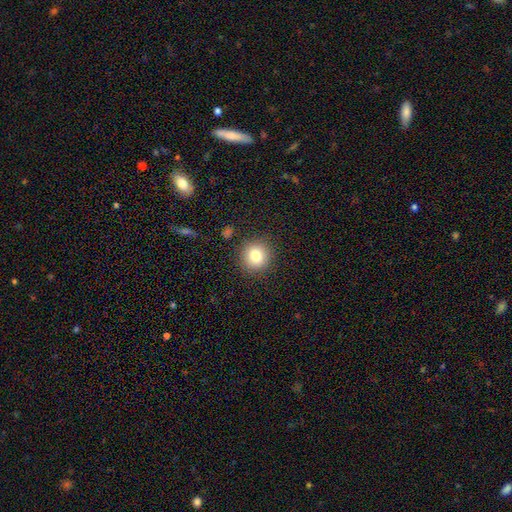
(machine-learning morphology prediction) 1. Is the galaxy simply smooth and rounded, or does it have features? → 81% smooth, 10% star or artifact, 9% featured or disk.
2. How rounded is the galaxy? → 90% round, 9% in between, 1% cigar-shaped.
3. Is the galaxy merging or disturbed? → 88% none, 8% minor disturbance, 3% major disturbance, 2% merger.